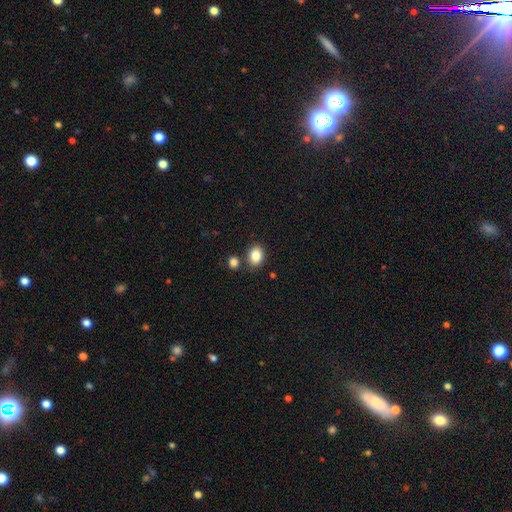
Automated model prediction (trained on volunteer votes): The model was most divided on "how rounded": in between: 57%, round: 42%, cigar-shaped: 1%. More confident: smooth or featured — smooth (85%); merging — none (77%).